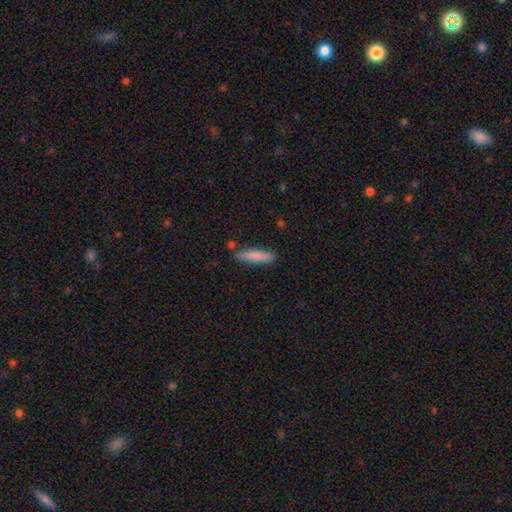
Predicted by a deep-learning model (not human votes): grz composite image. It shows a smooth galaxy with no disk features (80%) that is cigar-shaped (83%). Merging: none (82%).